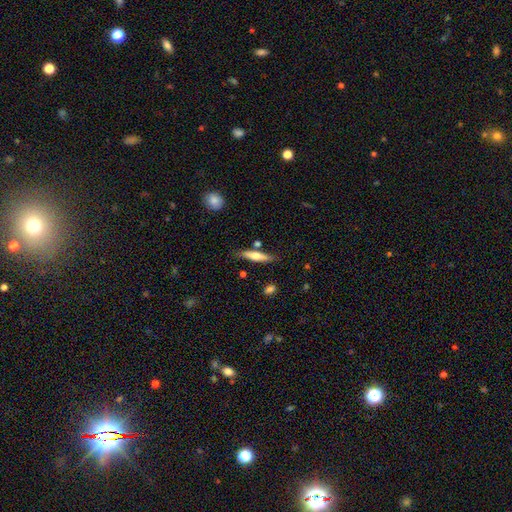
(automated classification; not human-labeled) Smooth or featured: smooth — 55% (featured or disk — 39%)
How rounded: cigar-shaped — 80% (in between — 18%)
Merging: none — 77% (minor disturbance — 14%)